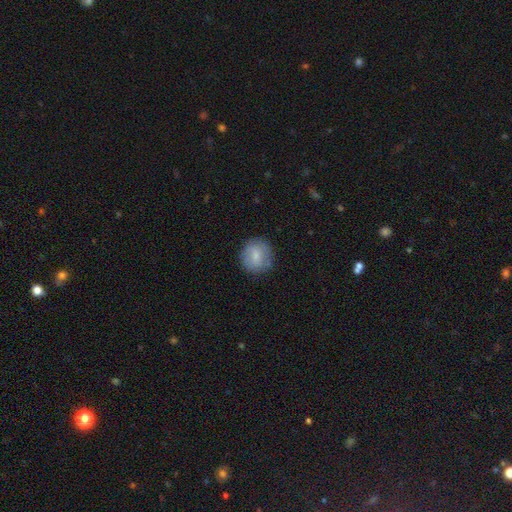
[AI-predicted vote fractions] Smooth or featured: smooth — 76% (featured or disk — 17%)
How rounded: round — 85% (in between — 14%)
Merging: none — 82% (minor disturbance — 13%)